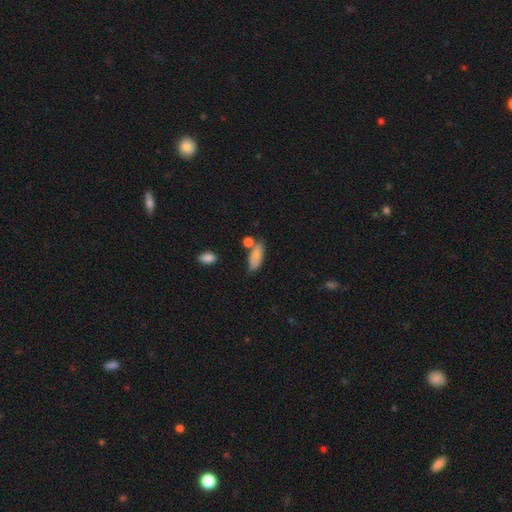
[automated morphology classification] smooth_or_featured: smooth (p=0.82) [alt: featured or disk p=0.10]
how_rounded: in between (p=0.81) [alt: cigar-shaped p=0.15]
merging: none (p=0.57) [alt: minor disturbance p=0.20]